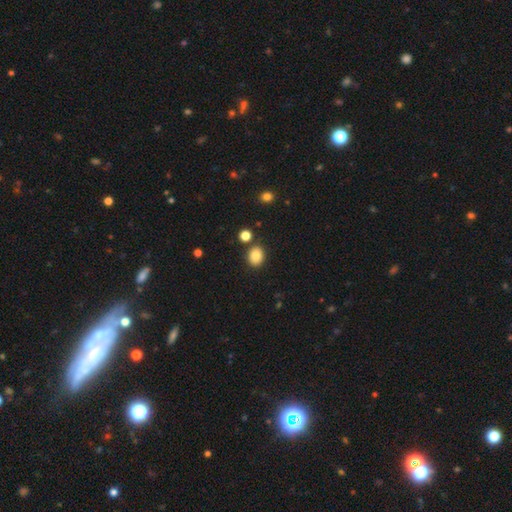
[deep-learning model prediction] smooth_or_featured: smooth (p=0.84) [alt: star or artifact p=0.10]
how_rounded: round (p=0.55) [alt: in between p=0.44]
merging: none (p=0.83) [alt: minor disturbance p=0.09]